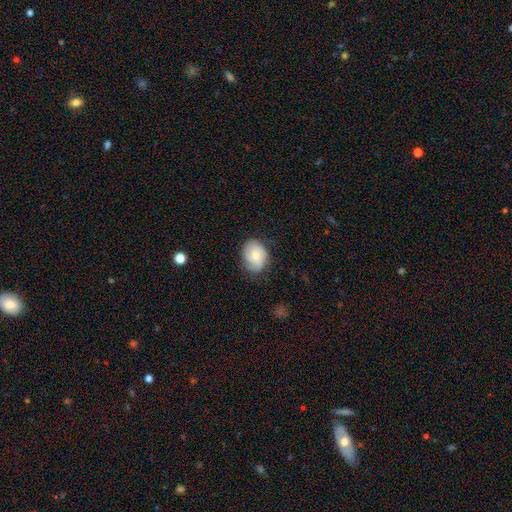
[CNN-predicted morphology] Smooth or featured?
  - smooth: 62% *
  - featured or disk: 30%
  - star or artifact: 7%
How rounded?
  - in between: 52% *
  - round: 47%
  - cigar-shaped: 1%
Merging?
  - none: 65% *
  - minor disturbance: 27%
  - major disturbance: 7%
  - merger: 1%